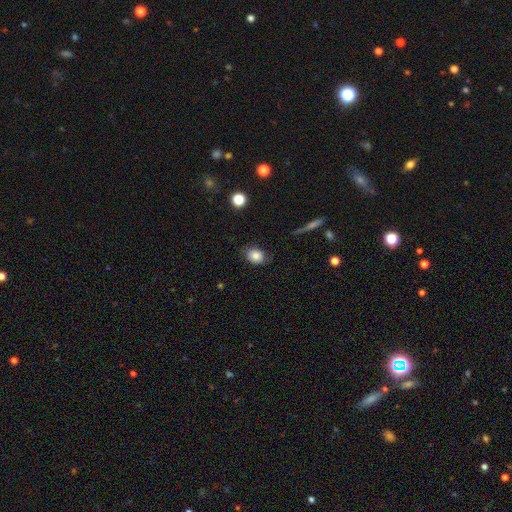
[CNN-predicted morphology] This is clearly a smooth galaxy (81%). How rounded: possibly in between (53%). Merging: likely none (76%).